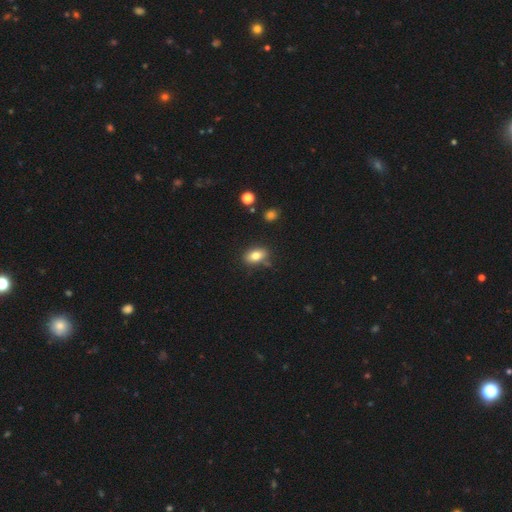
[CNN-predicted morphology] This is likely a smooth galaxy (79%). How rounded: clearly in between (85%). Merging: likely none (77%).